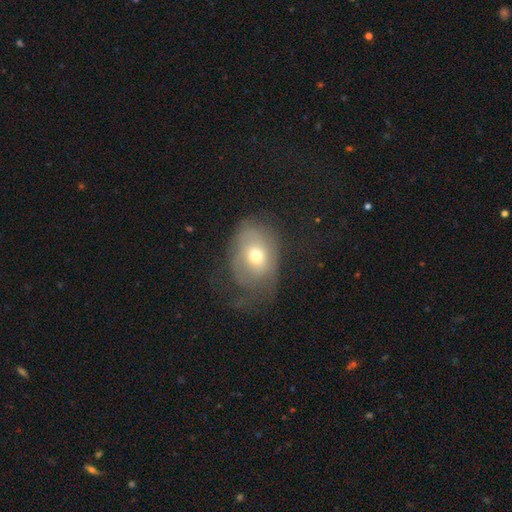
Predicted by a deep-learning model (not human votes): A smooth galaxy with no disk features (56%) that is in between round and cigar-shaped (65%).

Vote fractions:
- Smooth or featured? smooth: 56% / featured or disk: 34% / star or artifact: 10%
- How rounded? in between: 65% / round: 34% / cigar-shaped: 1%
- Merging? none: 38% / major disturbance: 33% / minor disturbance: 27% / merger: 2%